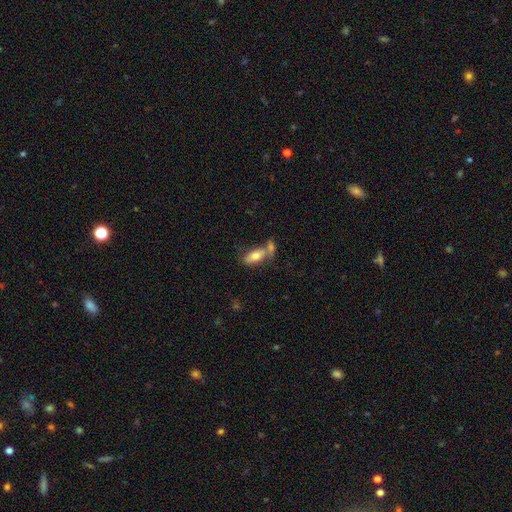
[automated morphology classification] smooth 74%, featured or disk 19%, star or artifact 7%. Down the decision tree: how rounded — in between (84%); merging — merger (43%).